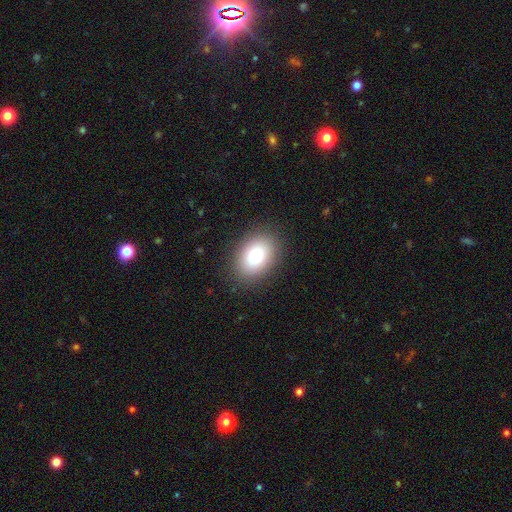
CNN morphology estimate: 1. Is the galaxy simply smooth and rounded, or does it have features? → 80% smooth, 11% featured or disk, 9% star or artifact.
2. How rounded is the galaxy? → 73% in between, 26% round, 1% cigar-shaped.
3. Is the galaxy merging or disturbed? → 87% none, 9% minor disturbance, 3% major disturbance, 1% merger.